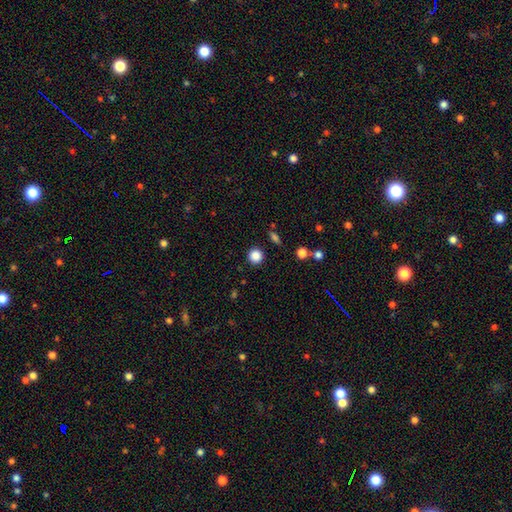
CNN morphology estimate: Overall: smooth (86%). How rounded: round (94%). Merging: none (90%).